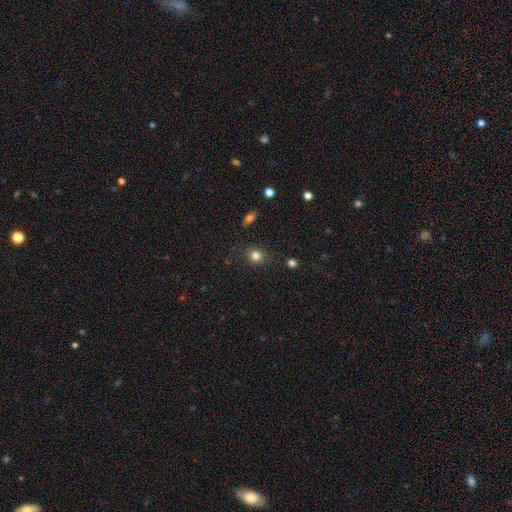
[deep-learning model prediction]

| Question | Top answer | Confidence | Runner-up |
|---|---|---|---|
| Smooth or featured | smooth | 81% | star or artifact (13%) |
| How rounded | round | 80% | in between (18%) |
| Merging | none | 83% | minor disturbance (12%) |